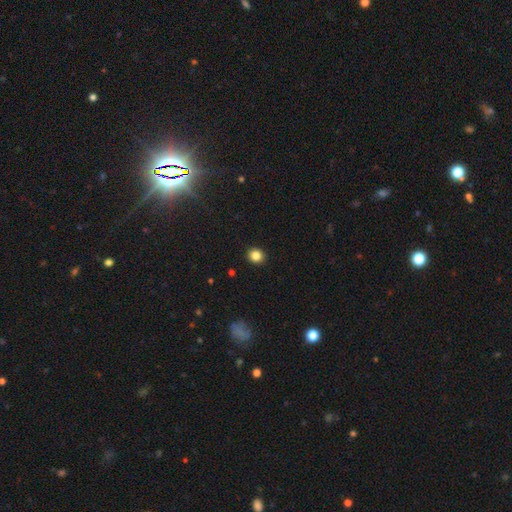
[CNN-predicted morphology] Q: Smooth or featured?
A: smooth (85%); runner-up: star or artifact (11%)
Q: How rounded?
A: round (83%); runner-up: in between (16%)
Q: Merging?
A: none (92%); runner-up: minor disturbance (5%)